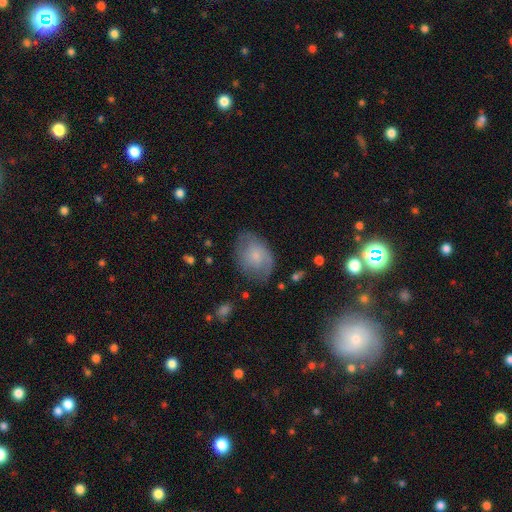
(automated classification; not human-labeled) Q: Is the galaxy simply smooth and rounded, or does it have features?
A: smooth — 55%.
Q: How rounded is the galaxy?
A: in between — 74%.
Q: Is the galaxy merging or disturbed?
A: none — 64%.